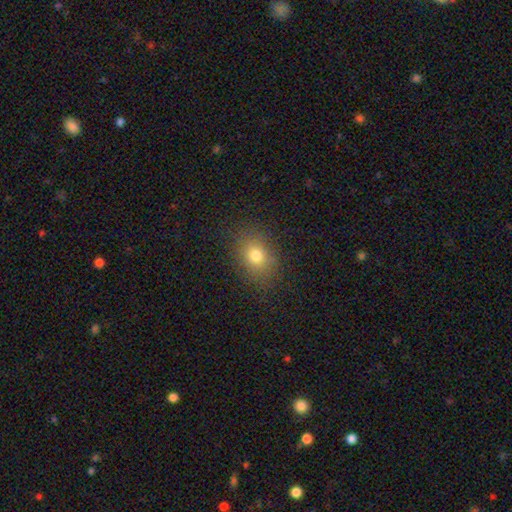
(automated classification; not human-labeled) Smooth or featured: smooth — 76% (star or artifact — 14%)
How rounded: in between — 55% (round — 44%)
Merging: none — 85% (minor disturbance — 10%)